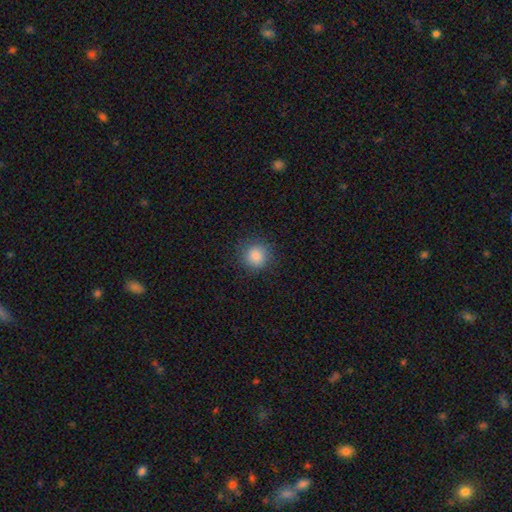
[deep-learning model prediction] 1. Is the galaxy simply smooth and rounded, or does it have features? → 86% smooth, 10% star or artifact, 4% featured or disk.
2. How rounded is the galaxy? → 92% round, 7% in between, 1% cigar-shaped.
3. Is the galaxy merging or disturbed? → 88% none, 8% minor disturbance, 3% major disturbance, 1% merger.